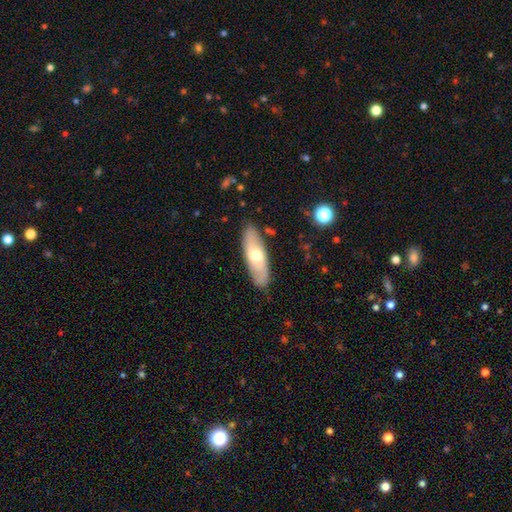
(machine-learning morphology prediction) type=smooth (57%); roundness=in between (62%); merging=none (85%).